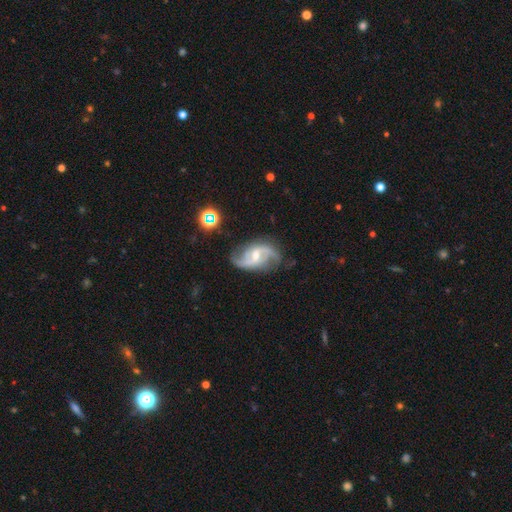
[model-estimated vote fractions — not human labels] Q: Smooth or featured?
A: featured or disk (88%); runner-up: smooth (6%)
Q: Edge-on disk?
A: no (97%); runner-up: yes (3%)
Q: Bar?
A: weak (54%); runner-up: no (25%)
Q: Spiral arms?
A: yes (97%); runner-up: no (3%)
Q: Spiral winding?
A: loose (55%); runner-up: medium (36%)
Q: Spiral arm count?
A: 2 (89%); runner-up: can't tell (4%)
Q: Bulge size?
A: moderate (53%); runner-up: small (41%)
Q: Merging?
A: none (72%); runner-up: minor disturbance (18%)